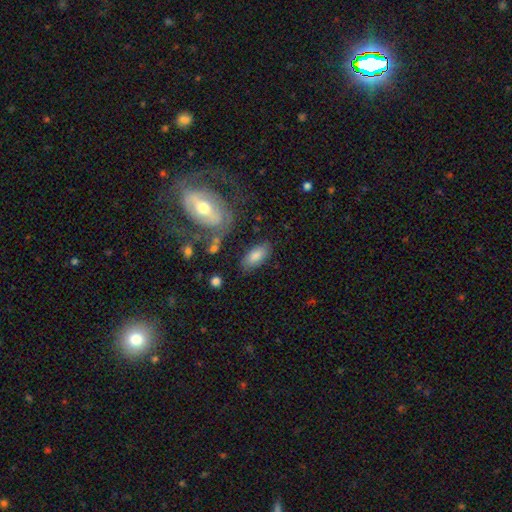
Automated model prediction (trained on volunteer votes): Q: Smooth or featured?
A: smooth (81%); runner-up: featured or disk (13%)
Q: How rounded?
A: in between (89%); runner-up: cigar-shaped (9%)
Q: Merging?
A: none (77%); runner-up: minor disturbance (14%)